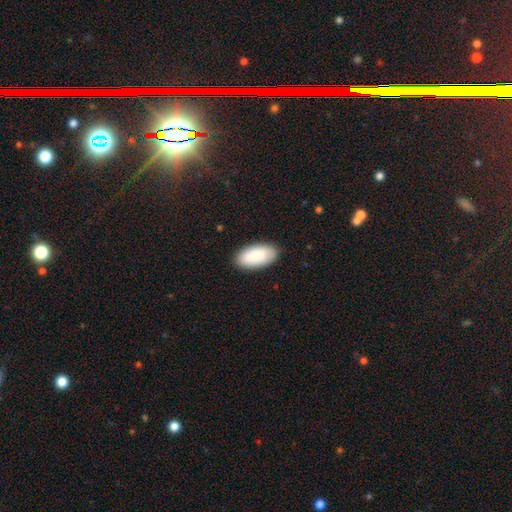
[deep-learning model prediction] A smooth galaxy with no disk features (88%) that is in between round and cigar-shaped (95%). Merging: none (87%).